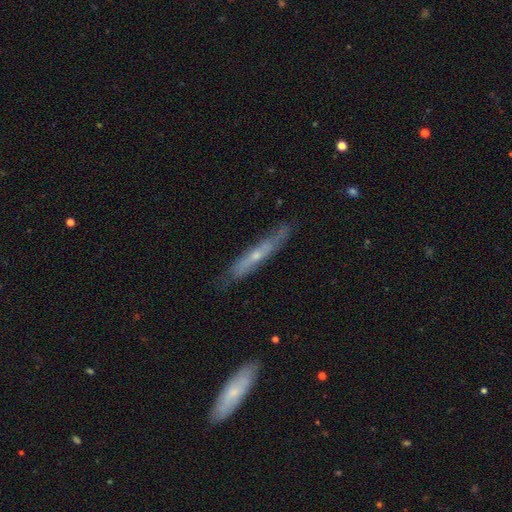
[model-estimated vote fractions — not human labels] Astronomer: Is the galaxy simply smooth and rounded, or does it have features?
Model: featured or disk — 59% (runner-up: smooth, 35%).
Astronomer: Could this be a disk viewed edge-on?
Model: yes — 77%.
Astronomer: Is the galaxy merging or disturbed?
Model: none — 74%.